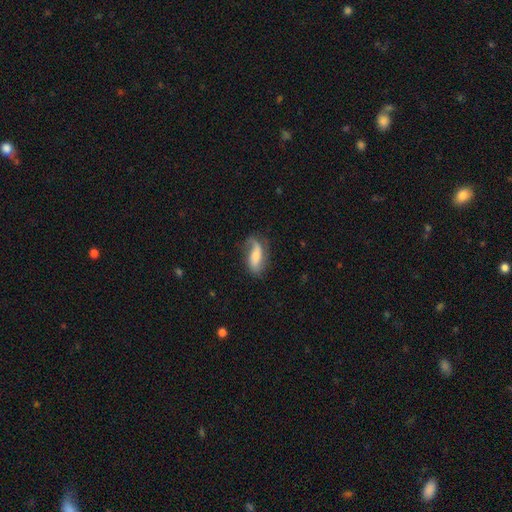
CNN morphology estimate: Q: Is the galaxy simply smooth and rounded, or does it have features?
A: featured or disk — 53%.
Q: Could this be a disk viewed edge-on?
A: no — 86%.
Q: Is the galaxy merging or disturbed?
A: none — 54%.